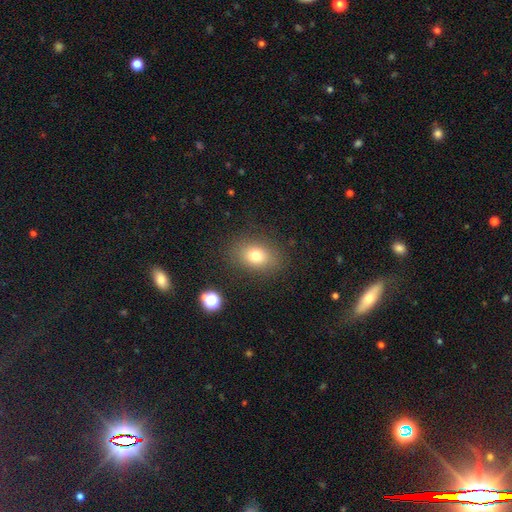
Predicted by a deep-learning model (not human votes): smooth-or-featured: smooth: 76% | star or artifact: 13% | featured or disk: 11%
  how-rounded: in between: 67% | round: 31% | cigar-shaped: 1%
  merging: none: 83% | minor disturbance: 11% | major disturbance: 5% | merger: 2%